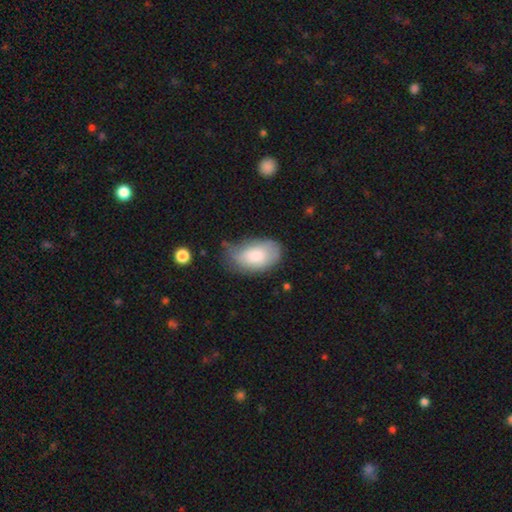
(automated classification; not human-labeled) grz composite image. It shows a smooth galaxy with no disk features (78%) that is in between round and cigar-shaped (93%). Merging: none (48%).